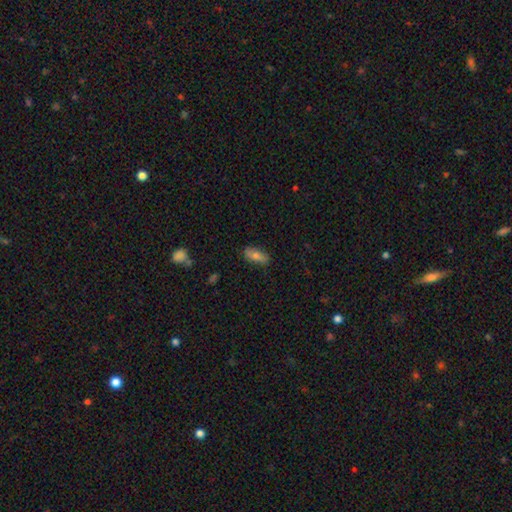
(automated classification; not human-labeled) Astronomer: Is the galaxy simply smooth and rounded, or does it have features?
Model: smooth — 69%.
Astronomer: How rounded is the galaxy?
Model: in between — 77%.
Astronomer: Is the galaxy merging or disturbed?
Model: none — 82%.